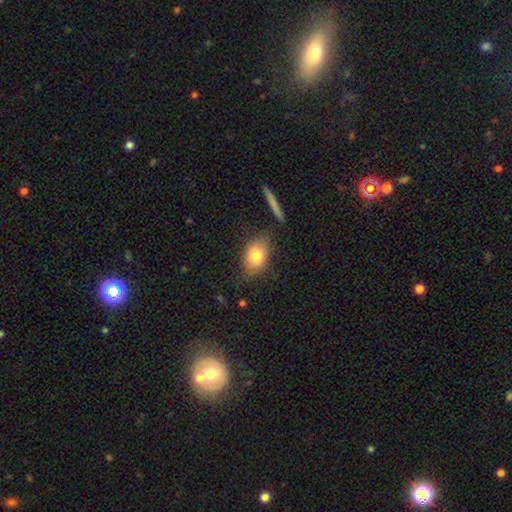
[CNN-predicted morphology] smooth_or_featured: smooth (p=0.79) [alt: featured or disk p=0.13]
how_rounded: in between (p=0.73) [alt: round p=0.25]
merging: none (p=0.75) [alt: minor disturbance p=0.16]